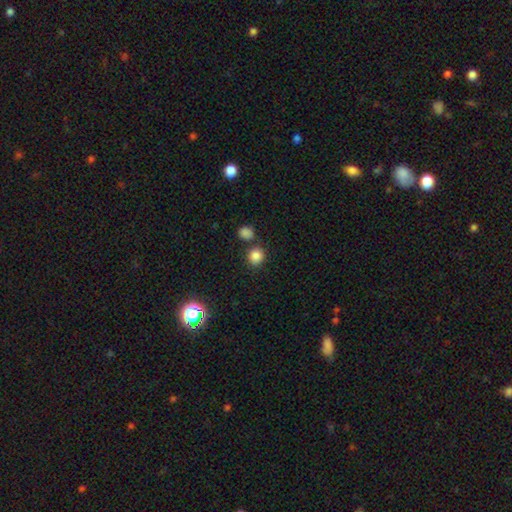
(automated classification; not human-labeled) Overall: smooth (85%). How rounded: round (82%). Merging: none (76%).